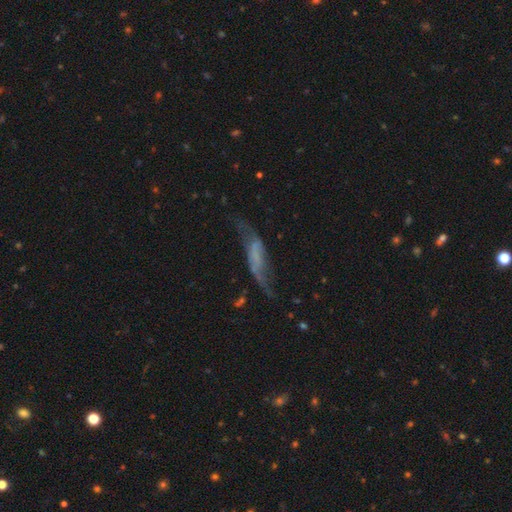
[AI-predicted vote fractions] Smooth or featured: featured or disk — 61% (smooth — 27%)
Edge-on disk: no — 70% (yes — 30%)
Merging: none — 42% (major disturbance — 29%)